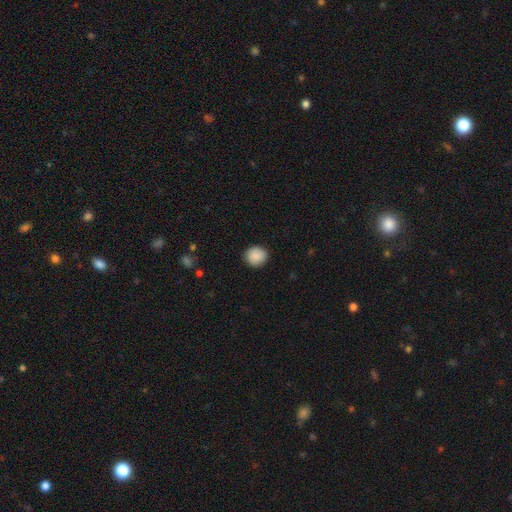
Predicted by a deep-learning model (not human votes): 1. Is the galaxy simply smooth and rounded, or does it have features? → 90% smooth, 7% star or artifact, 3% featured or disk.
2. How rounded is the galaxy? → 90% round, 9% in between, 1% cigar-shaped.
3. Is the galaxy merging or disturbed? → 90% none, 7% minor disturbance, 2% major disturbance, 1% merger.